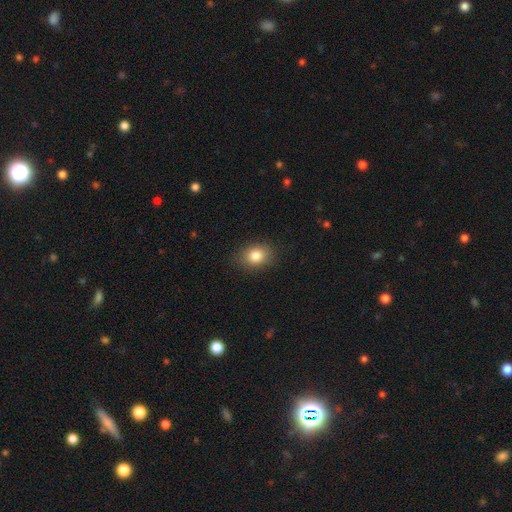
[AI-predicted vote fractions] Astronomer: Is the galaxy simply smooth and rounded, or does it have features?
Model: smooth — 84%.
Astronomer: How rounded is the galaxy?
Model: in between — 56% (runner-up: round, 42%).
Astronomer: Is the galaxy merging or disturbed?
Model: none — 83%.